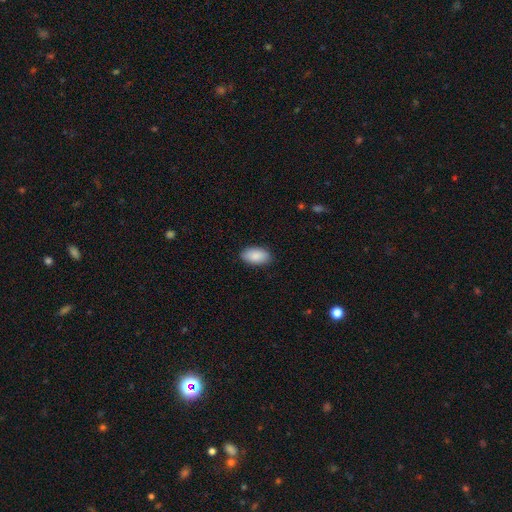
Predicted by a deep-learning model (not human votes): smooth-or-featured: smooth: 89% | star or artifact: 6% | featured or disk: 5%
  how-rounded: in between: 95% | round: 3% | cigar-shaped: 2%
  merging: none: 88% | minor disturbance: 9% | major disturbance: 2% | merger: 1%